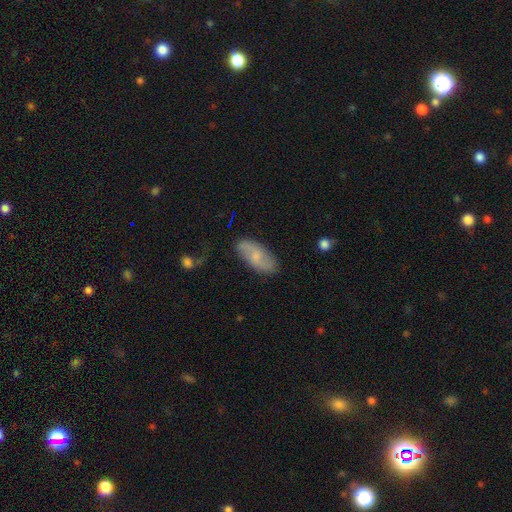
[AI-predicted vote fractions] smooth_or_featured: smooth (p=0.51) [alt: featured or disk p=0.42]
how_rounded: in between (p=0.86) [alt: cigar-shaped p=0.11]
merging: none (p=0.78) [alt: minor disturbance p=0.16]